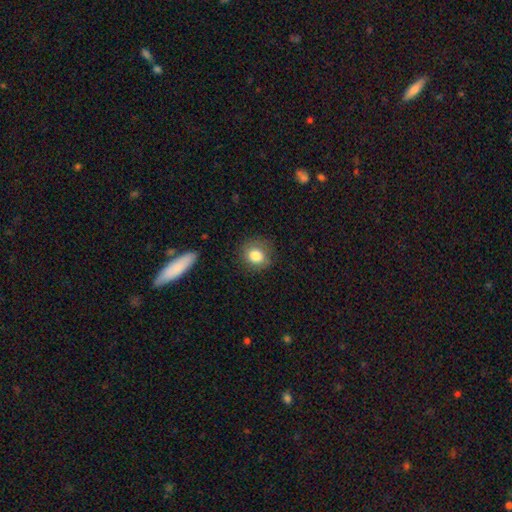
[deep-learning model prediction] smooth-or-featured: smooth: 82% | star or artifact: 10% | featured or disk: 8%
  how-rounded: round: 78% | in between: 21% | cigar-shaped: 1%
  merging: none: 78% | minor disturbance: 16% | major disturbance: 5% | merger: 1%